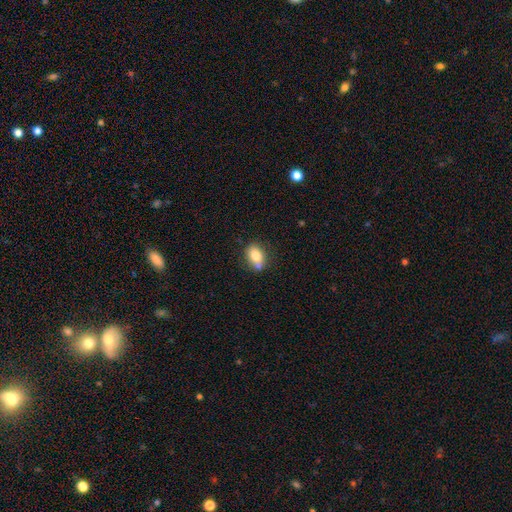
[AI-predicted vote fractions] A smooth galaxy with no disk features (75%) that is in between round and cigar-shaped (67%).

Vote fractions:
- Smooth or featured? smooth: 75% / featured or disk: 16% / star or artifact: 9%
- How rounded? in between: 67% / round: 31% / cigar-shaped: 2%
- Merging? none: 60% / merger: 19% / minor disturbance: 17% / major disturbance: 4%